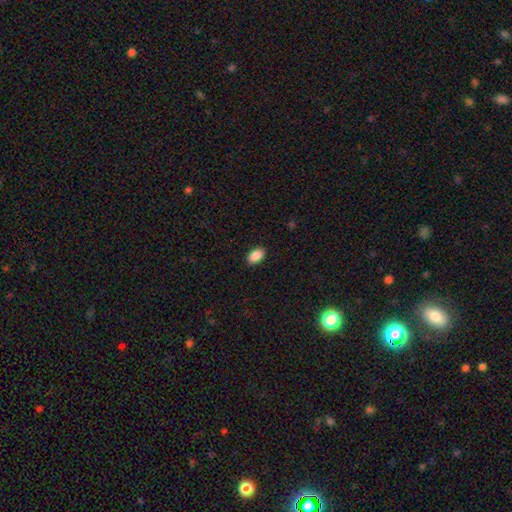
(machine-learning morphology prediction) smooth-or-featured: smooth: 90% | star or artifact: 7% | featured or disk: 3%
  how-rounded: in between: 92% | round: 7% | cigar-shaped: 1%
  merging: none: 90% | minor disturbance: 7% | major disturbance: 2% | merger: 1%